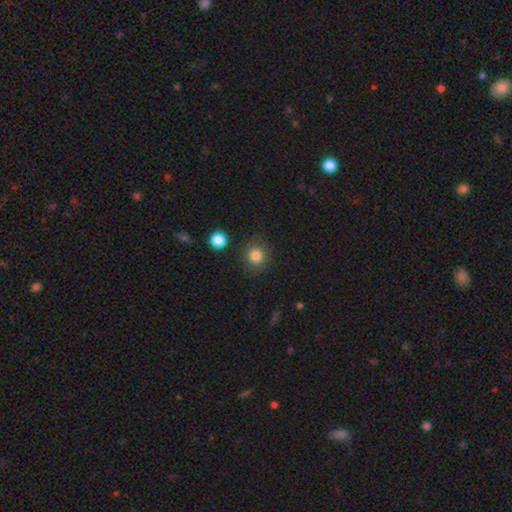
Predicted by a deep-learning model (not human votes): Smooth or featured?
  - smooth: 84% *
  - star or artifact: 11%
  - featured or disk: 5%
How rounded?
  - round: 86% *
  - in between: 13%
  - cigar-shaped: 1%
Merging?
  - none: 85% *
  - minor disturbance: 9%
  - major disturbance: 3%
  - merger: 2%